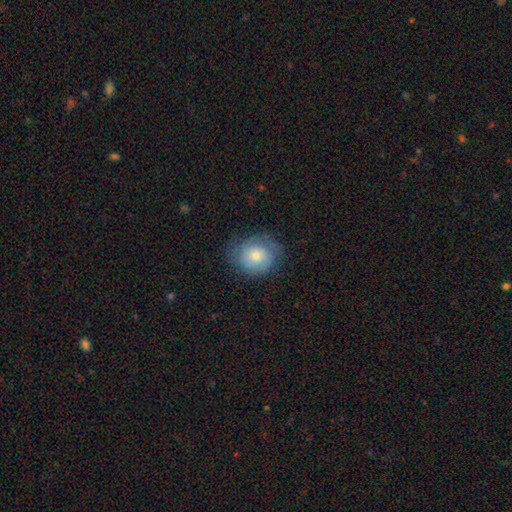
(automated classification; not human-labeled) A smooth galaxy with no disk features (60%) that is round (73%).

Vote fractions:
- Smooth or featured? smooth: 60% / featured or disk: 33% / star or artifact: 7%
- How rounded? round: 73% / in between: 26% / cigar-shaped: 1%
- Merging? none: 68% / minor disturbance: 22% / major disturbance: 9% / merger: 1%